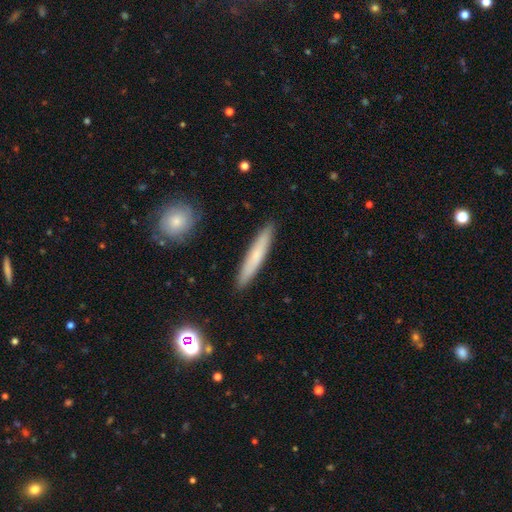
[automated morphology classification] smooth-or-featured: smooth: 66% | featured or disk: 27% | star or artifact: 7%
  how-rounded: cigar-shaped: 94% | in between: 5% | round: 1%
  merging: none: 91% | minor disturbance: 6% | major disturbance: 1% | merger: 1%